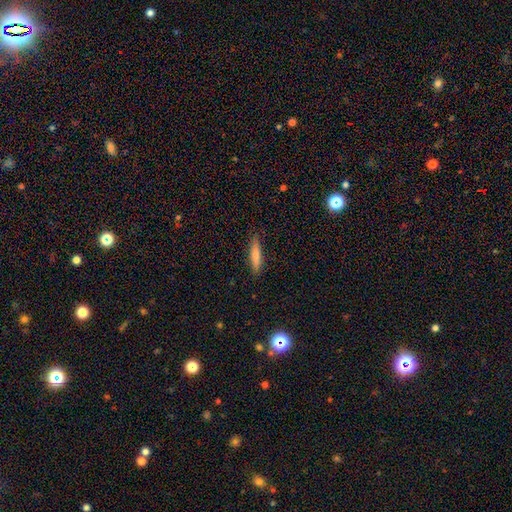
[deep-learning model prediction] This is likely a smooth galaxy (75%). How rounded: clearly cigar-shaped (83%). Merging: clearly none (86%).